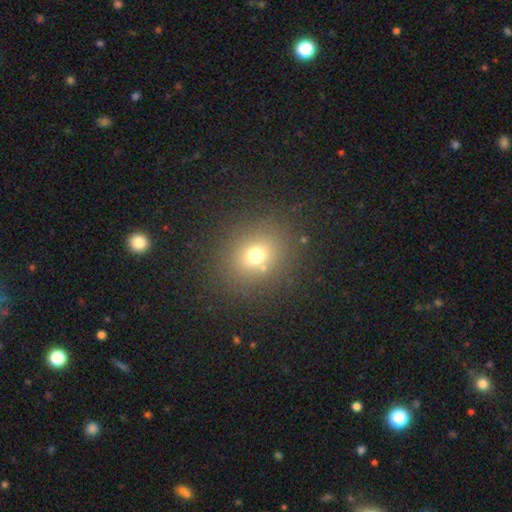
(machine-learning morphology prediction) type=smooth (68%); roundness=round (73%); merging=none (82%).